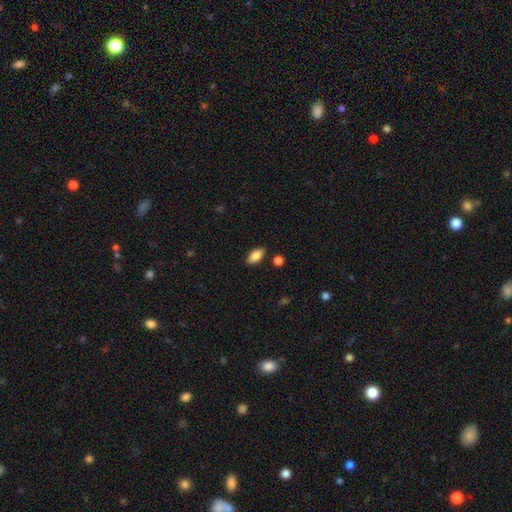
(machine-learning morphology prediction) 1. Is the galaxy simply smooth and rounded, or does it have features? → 85% smooth, 8% featured or disk, 7% star or artifact.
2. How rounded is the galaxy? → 89% in between, 8% cigar-shaped, 3% round.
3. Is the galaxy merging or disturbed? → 86% none, 10% minor disturbance, 2% merger, 2% major disturbance.